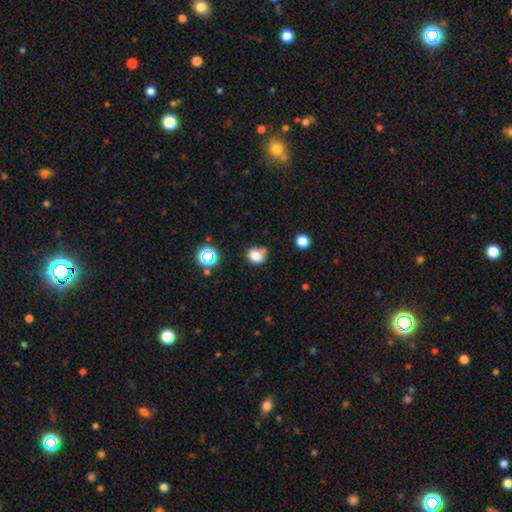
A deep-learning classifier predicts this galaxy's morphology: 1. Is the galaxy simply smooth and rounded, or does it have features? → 79% smooth, 15% star or artifact, 6% featured or disk.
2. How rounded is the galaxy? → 75% round, 24% in between, 1% cigar-shaped.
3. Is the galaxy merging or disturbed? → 62% none, 25% minor disturbance, 7% merger, 6% major disturbance.